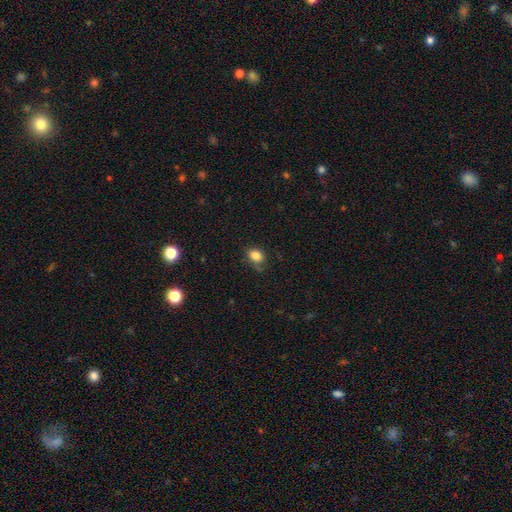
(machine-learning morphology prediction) Smooth or featured? smooth (84%)
How rounded? in between (63%)
Merging? none (70%)